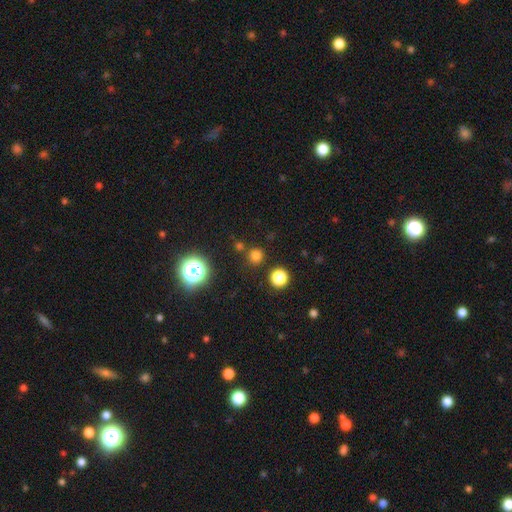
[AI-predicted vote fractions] Smooth or featured?
  - smooth: 71% *
  - star or artifact: 24%
  - featured or disk: 5%
How rounded?
  - round: 91% *
  - in between: 8%
  - cigar-shaped: 1%
Merging?
  - none: 81% *
  - merger: 8%
  - minor disturbance: 8%
  - major disturbance: 3%